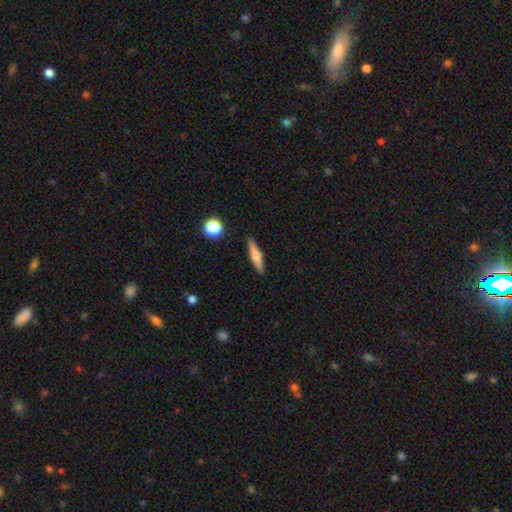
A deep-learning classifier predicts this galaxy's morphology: This appears to be a smooth galaxy with no disk features (57%) that is cigar-shaped (85%). Merging: none (90%).